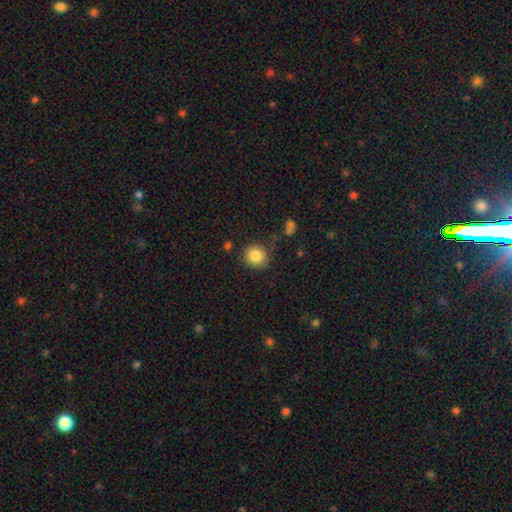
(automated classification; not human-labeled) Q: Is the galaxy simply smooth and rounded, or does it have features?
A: smooth — 84%.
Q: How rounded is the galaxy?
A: round — 92%.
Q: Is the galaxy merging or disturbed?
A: none — 80%.